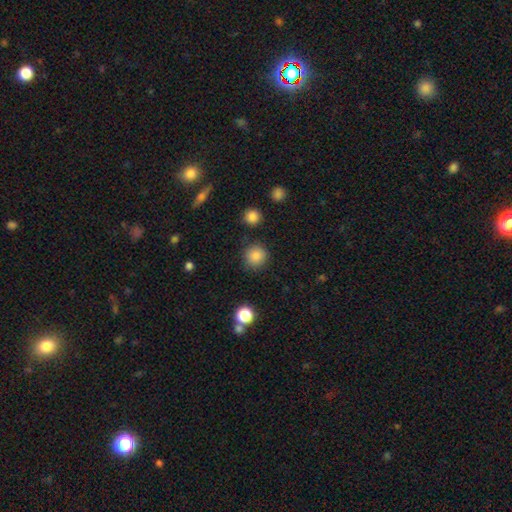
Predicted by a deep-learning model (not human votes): Morphology: type=smooth (86%); roundness=round (93%); merging=none (88%).